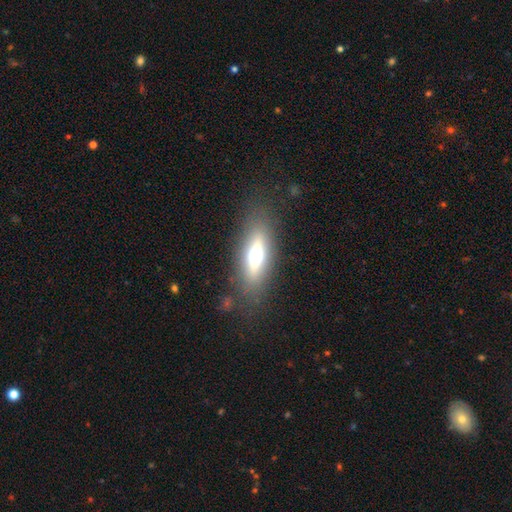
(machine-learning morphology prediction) A featured or disk galaxy (45%). Merging: none (82%).